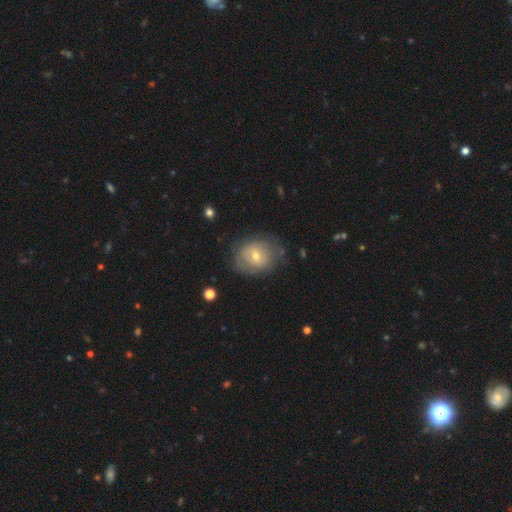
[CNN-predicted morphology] smooth_or_featured: featured or disk (p=0.50) [alt: smooth p=0.43]
merging: none (p=0.68) [alt: minor disturbance p=0.20]